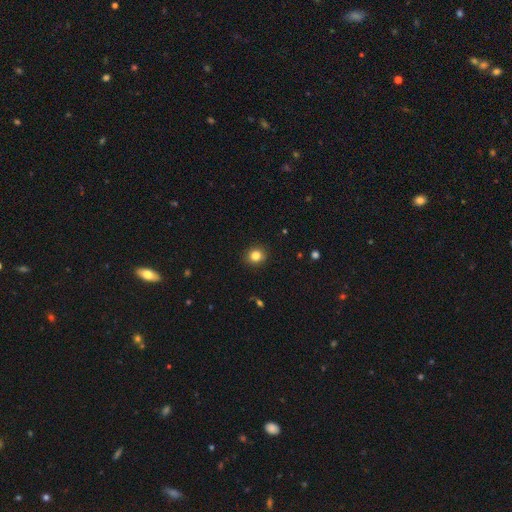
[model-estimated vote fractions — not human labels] Smooth or featured: smooth — 83% (star or artifact — 12%)
How rounded: round — 87% (in between — 12%)
Merging: none — 91% (minor disturbance — 6%)